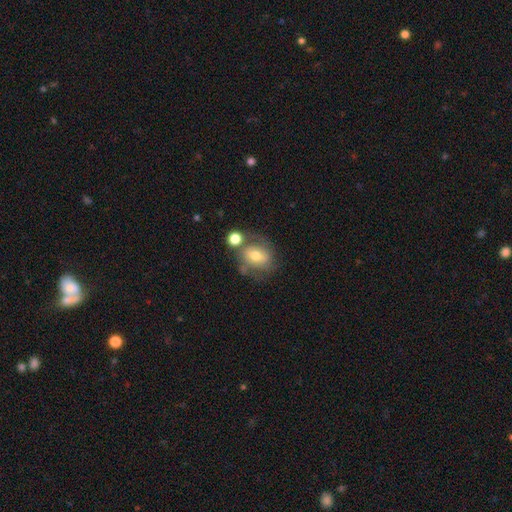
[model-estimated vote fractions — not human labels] Smooth or featured?
  - smooth: 53% *
  - featured or disk: 38%
  - star or artifact: 9%
How rounded?
  - round: 55% *
  - in between: 44%
  - cigar-shaped: 1%
Merging?
  - none: 45% *
  - merger: 23%
  - minor disturbance: 19%
  - major disturbance: 12%